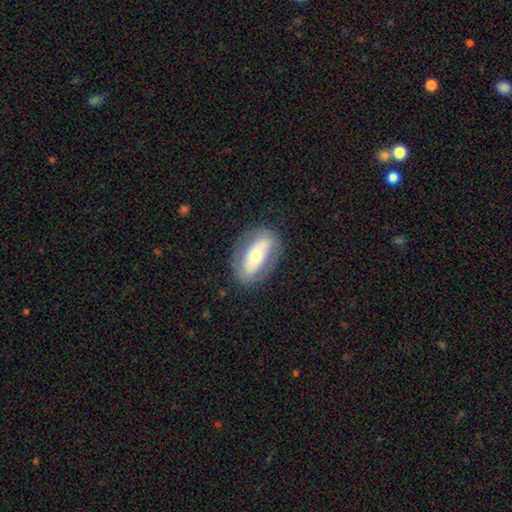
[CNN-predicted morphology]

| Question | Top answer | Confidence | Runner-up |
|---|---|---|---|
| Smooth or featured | featured or disk | 48% | smooth (45%) |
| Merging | none | 80% | minor disturbance (13%) |